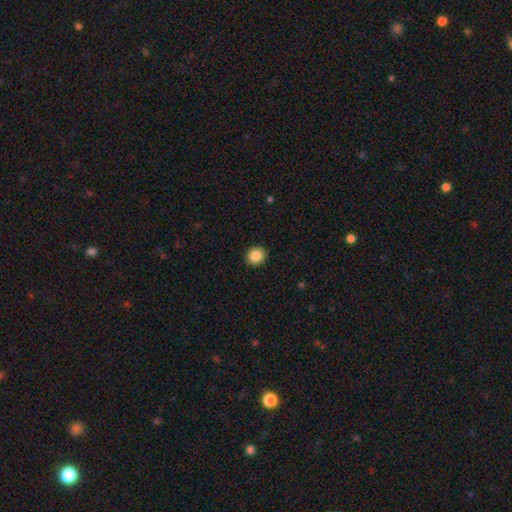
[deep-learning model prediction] Smooth or featured? Predicted: smooth (p=0.86). How rounded? Predicted: round (p=0.83). Merging? Predicted: none (p=0.92).